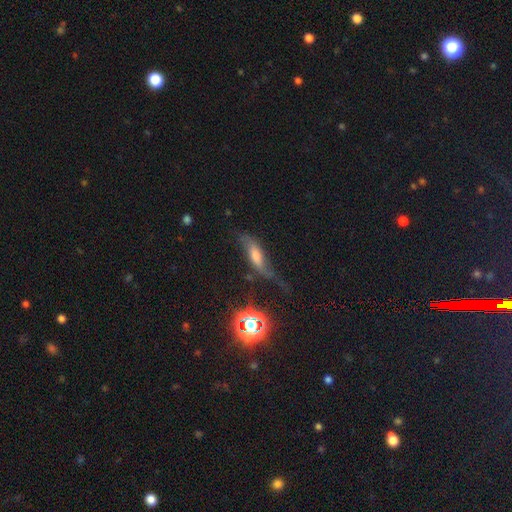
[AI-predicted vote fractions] A featured or disk galaxy (49%).

Vote fractions:
- Smooth or featured? featured or disk: 49% / smooth: 35% / star or artifact: 16%
- Merging? none: 40% / major disturbance: 29% / minor disturbance: 26% / merger: 5%